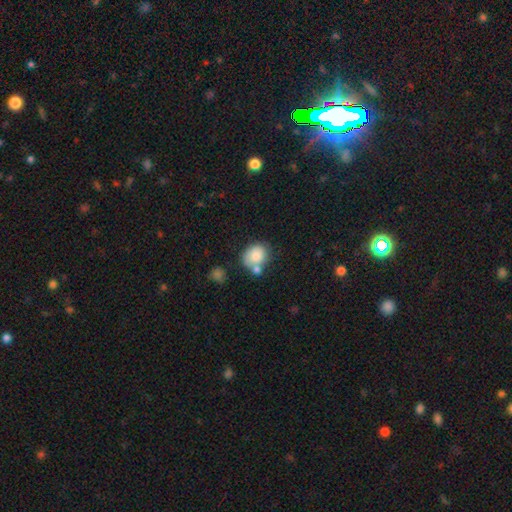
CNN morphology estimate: A smooth galaxy with no disk features (81%) that is round (63%). Merging: none (50%).